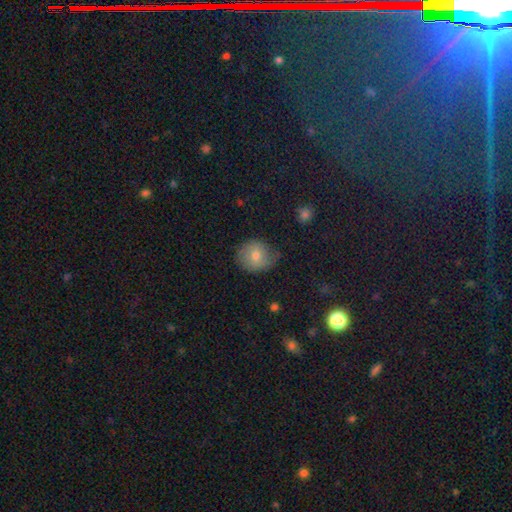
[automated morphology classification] smooth_or_featured: smooth (p=0.67) [alt: featured or disk p=0.23]
how_rounded: round (p=0.80) [alt: in between p=0.19]
merging: none (p=0.65) [alt: minor disturbance p=0.26]